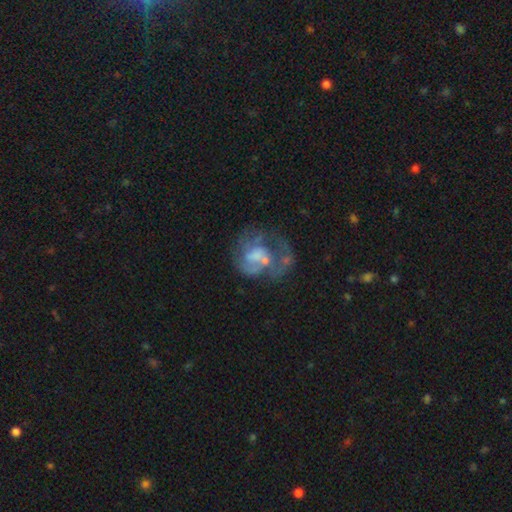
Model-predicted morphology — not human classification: Smooth or featured: featured or disk — 67% (smooth — 23%)
Edge-on disk: no — 98% (yes — 2%)
Bar: no — 70% (weak — 25%)
Spiral arms: yes — 52% (no — 48%)
Bulge size: none — 34% (moderate — 30%)
Merging: major disturbance — 37% (none — 31%)